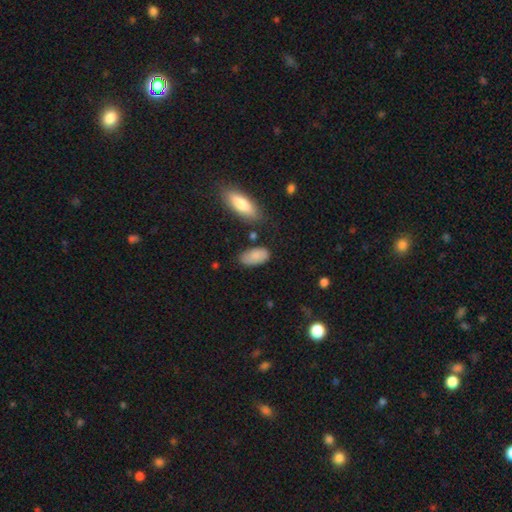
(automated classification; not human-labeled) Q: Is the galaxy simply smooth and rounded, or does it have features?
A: smooth — 84%.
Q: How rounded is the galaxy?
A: in between — 93%.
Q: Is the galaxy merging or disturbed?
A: none — 72%.